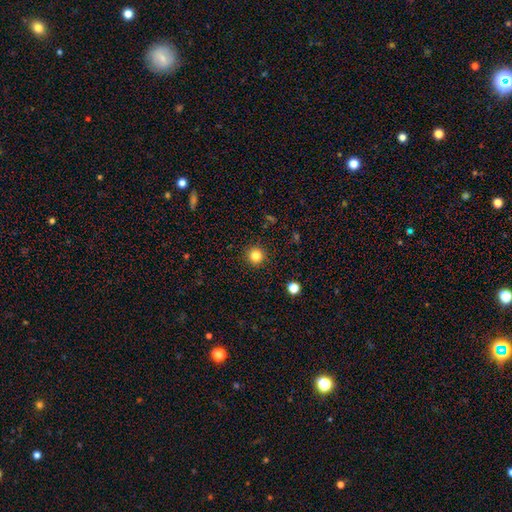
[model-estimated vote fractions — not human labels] Q: Smooth or featured?
A: smooth (82%); runner-up: star or artifact (13%)
Q: How rounded?
A: round (95%); runner-up: in between (4%)
Q: Merging?
A: none (92%); runner-up: minor disturbance (5%)